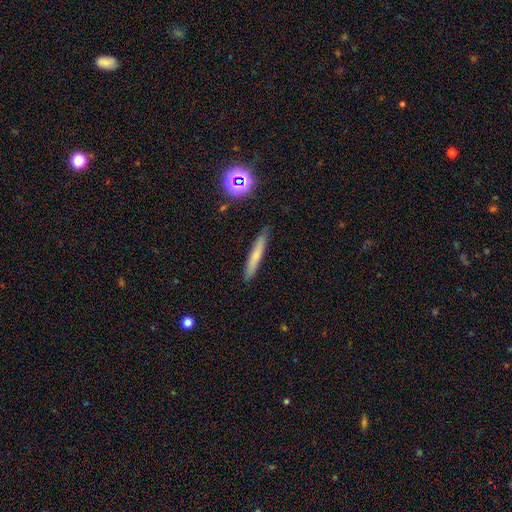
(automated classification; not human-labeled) Morphology: type=smooth (61%); roundness=cigar-shaped (94%); merging=none (87%).